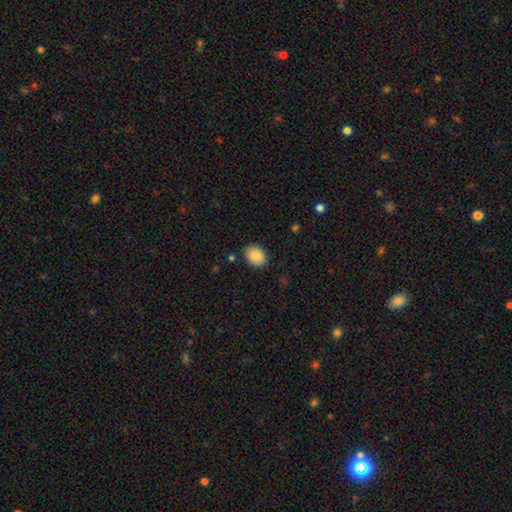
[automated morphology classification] Smooth or featured?
  - smooth: 88% *
  - star or artifact: 7%
  - featured or disk: 5%
How rounded?
  - in between: 71% *
  - round: 28%
  - cigar-shaped: 1%
Merging?
  - none: 84% *
  - minor disturbance: 12%
  - major disturbance: 3%
  - merger: 2%